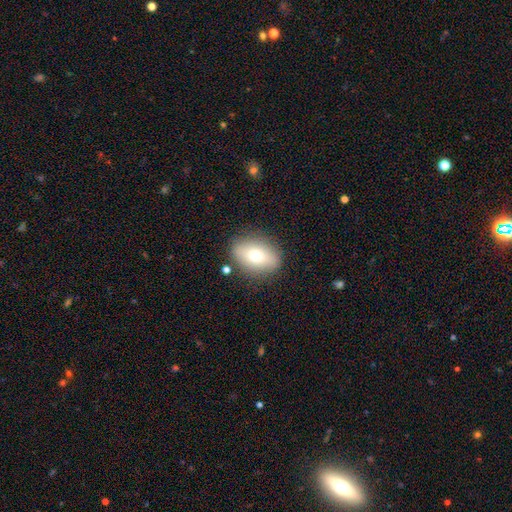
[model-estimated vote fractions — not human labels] Smooth or featured: smooth — 67% (featured or disk — 24%)
How rounded: in between — 73% (round — 25%)
Merging: none — 84% (minor disturbance — 10%)